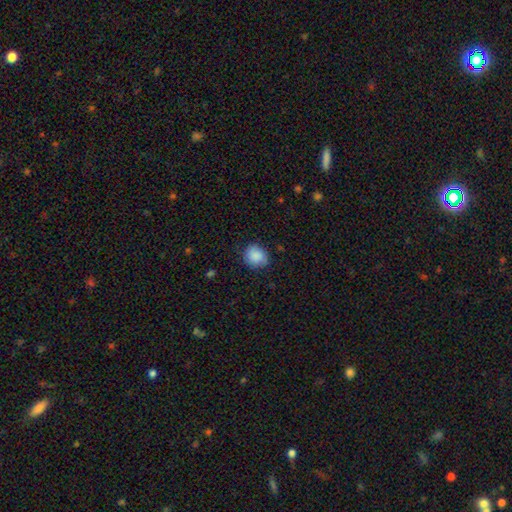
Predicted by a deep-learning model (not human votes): Smooth or featured? smooth (87%)
How rounded? round (75%)
Merging? none (78%)